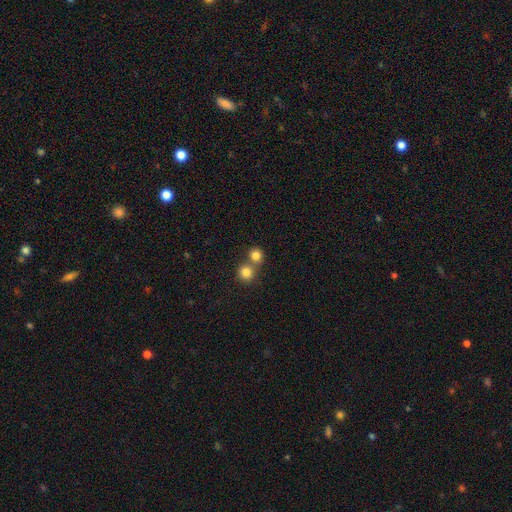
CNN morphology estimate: This appears to be a smooth galaxy with no disk features (81%) that is round (90%). Merging: none (52%).